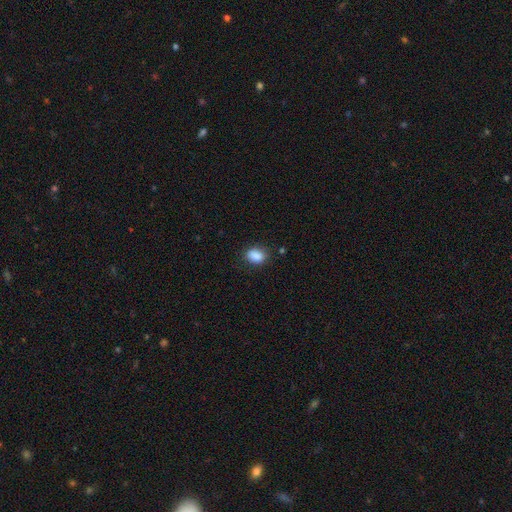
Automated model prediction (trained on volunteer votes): A smooth galaxy with no disk features (88%) that is in between round and cigar-shaped (73%). Merging: none (80%).